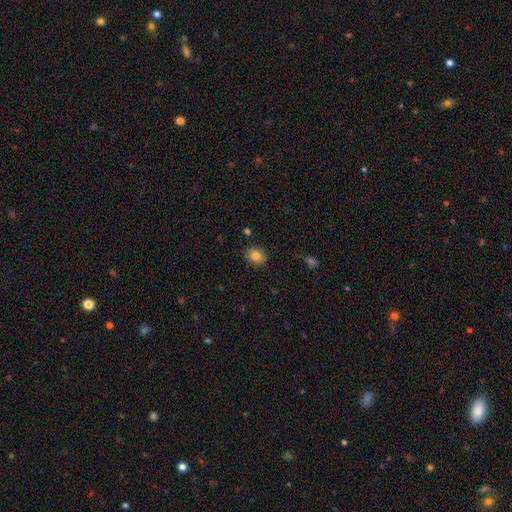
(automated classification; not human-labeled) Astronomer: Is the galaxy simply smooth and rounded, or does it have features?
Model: smooth — 84%.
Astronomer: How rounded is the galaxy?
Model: in between — 50%, tied with round at 50%.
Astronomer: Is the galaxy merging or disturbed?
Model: none — 86%.